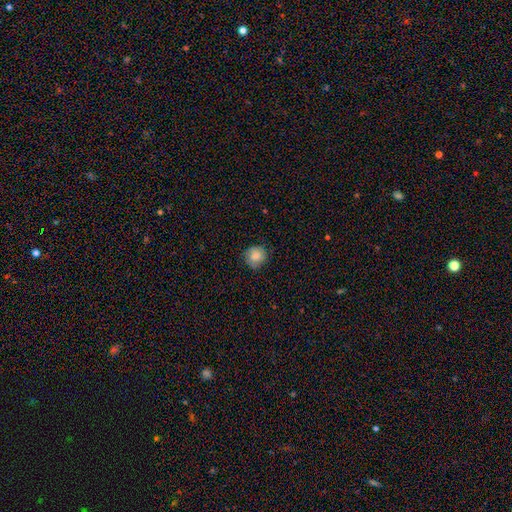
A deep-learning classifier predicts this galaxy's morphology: This is clearly a smooth galaxy (83%). How rounded: clearly round (86%). Merging: likely none (78%).